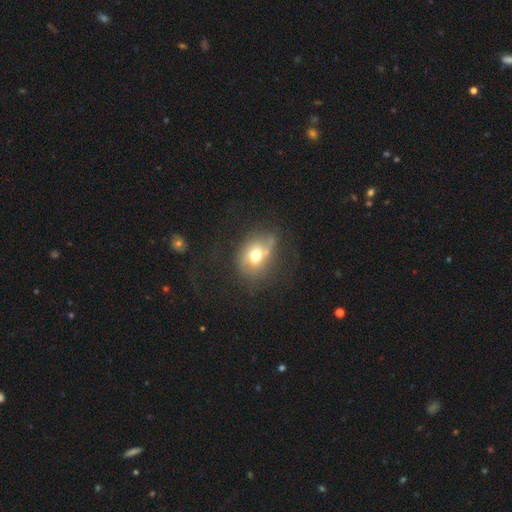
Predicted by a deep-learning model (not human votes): This is likely a smooth galaxy (62%). How rounded: possibly round (52%). Merging: possibly none (54%).